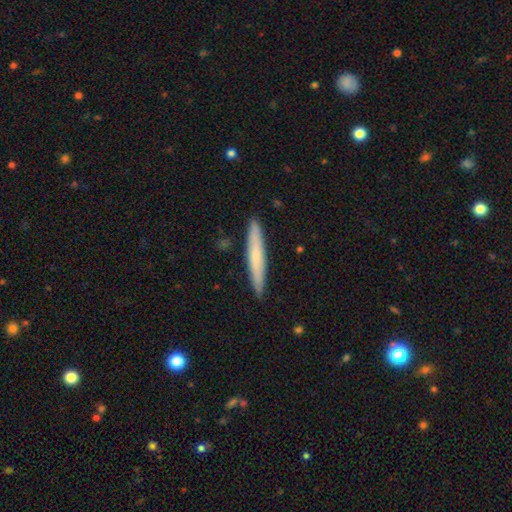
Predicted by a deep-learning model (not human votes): A smooth galaxy with no disk features (60%) that is cigar-shaped (95%).

Vote fractions:
- Smooth or featured? smooth: 60% / featured or disk: 34% / star or artifact: 5%
- How rounded? cigar-shaped: 95% / in between: 4% / round: 1%
- Merging? none: 90% / minor disturbance: 8% / major disturbance: 1% / merger: 1%